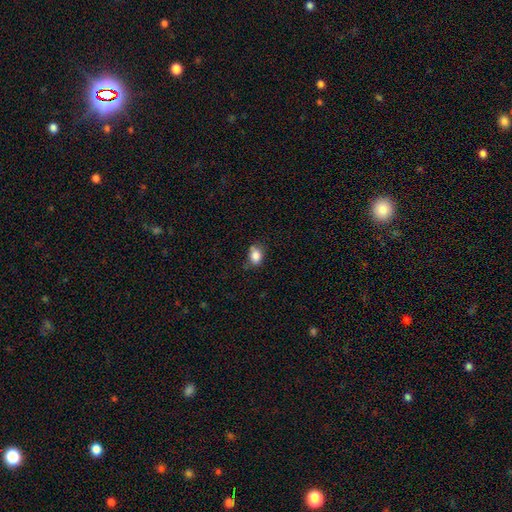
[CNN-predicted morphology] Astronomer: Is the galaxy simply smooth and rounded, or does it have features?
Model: smooth — 84%.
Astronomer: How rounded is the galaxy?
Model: in between — 64%.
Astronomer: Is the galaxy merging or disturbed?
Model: none — 62%.